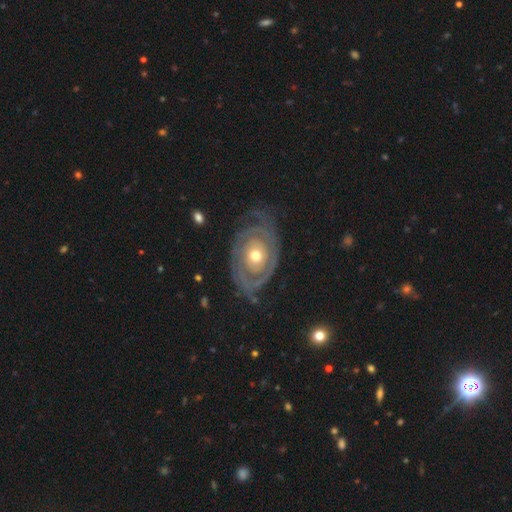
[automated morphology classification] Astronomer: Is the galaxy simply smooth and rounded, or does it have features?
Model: featured or disk — 84%.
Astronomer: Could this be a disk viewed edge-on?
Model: no — 96%.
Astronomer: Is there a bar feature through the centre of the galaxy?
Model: no — 85%.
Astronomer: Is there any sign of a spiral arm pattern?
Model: yes — 85%.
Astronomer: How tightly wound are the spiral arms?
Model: tight — 77%.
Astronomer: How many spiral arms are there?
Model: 2 — 41% (runner-up: can't tell, 29%).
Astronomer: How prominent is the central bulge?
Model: moderate — 67%.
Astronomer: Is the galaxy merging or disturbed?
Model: none — 72%.